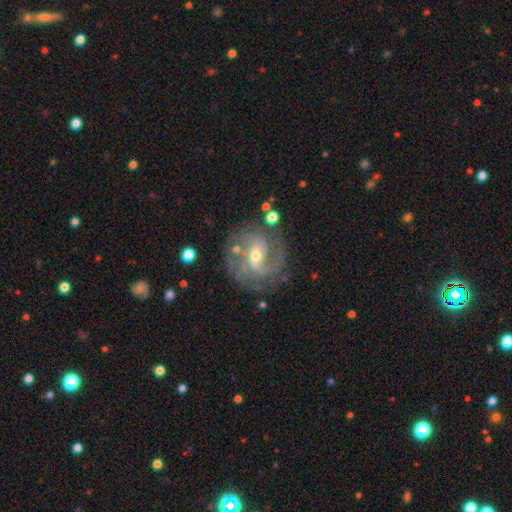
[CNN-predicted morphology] A featured or disk galaxy (86%) with a weak bar (50%), 2 (46%) medium (44%) spiral arms (94%) and a moderate central bulge (48%, tied with small).

Vote fractions:
- Smooth or featured? featured or disk: 86% / smooth: 7% / star or artifact: 6%
- Edge-on disk? no: 97% / yes: 3%
- Bar? weak: 50% / strong: 27% / no: 23%
- Spiral arms? yes: 94% / no: 6%
- Spiral winding? medium: 44% / tight: 43% / loose: 13%
- Spiral arm count? 2: 46% / 3: 21% / can't tell: 19% / 4: 6% / 1: 4% / more than 4: 4%
- Bulge size? moderate: 48% (tied) / small: 48% (tied) / large: 2% / none: 1% / dominant: 1%
- Merging? none: 72% / minor disturbance: 16% / major disturbance: 8% / merger: 4%